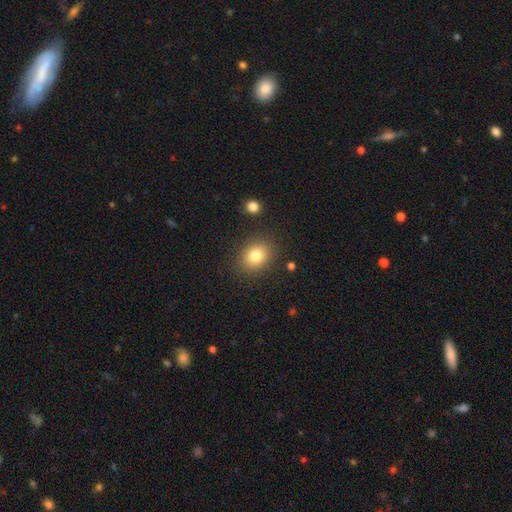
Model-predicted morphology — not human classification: smooth_or_featured: smooth (p=0.81) [alt: star or artifact p=0.10]
how_rounded: in between (p=0.52) [alt: round p=0.47]
merging: none (p=0.85) [alt: minor disturbance p=0.09]